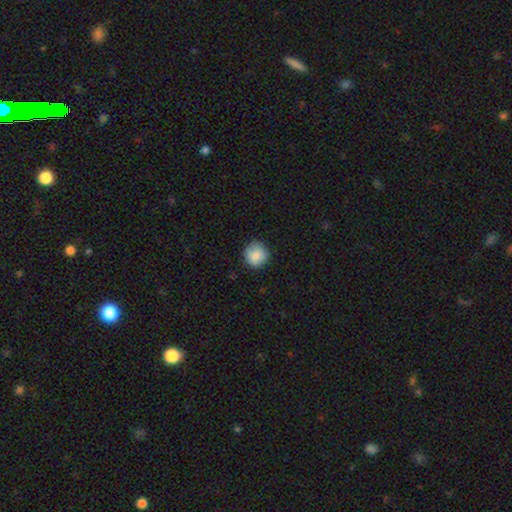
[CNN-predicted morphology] A smooth galaxy with no disk features (87%) that is round (93%). Merging: none (83%).